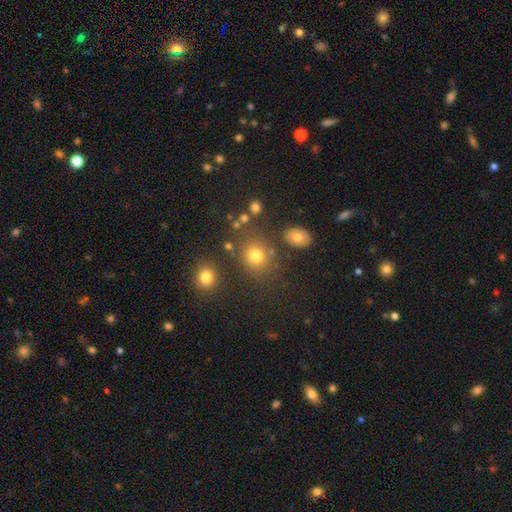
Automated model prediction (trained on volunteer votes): Smooth or featured? Predicted: smooth (p=0.76). How rounded? Predicted: round (p=0.72). Merging? Predicted: none (p=0.76).